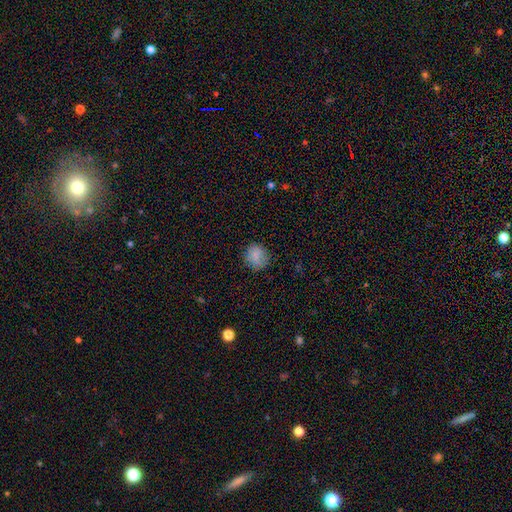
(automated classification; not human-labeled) Smooth or featured?
  - smooth: 82% *
  - star or artifact: 10%
  - featured or disk: 8%
How rounded?
  - round: 77% *
  - in between: 22%
  - cigar-shaped: 1%
Merging?
  - none: 80% *
  - minor disturbance: 15%
  - major disturbance: 4%
  - merger: 1%